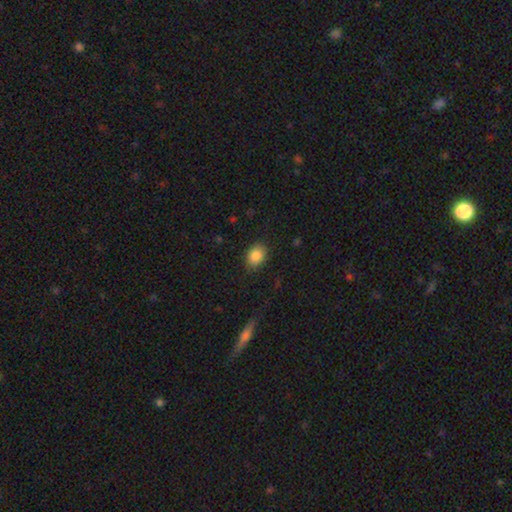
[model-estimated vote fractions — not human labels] smooth_or_featured: smooth (p=0.86) [alt: star or artifact p=0.08]
how_rounded: in between (p=0.68) [alt: round p=0.31]
merging: none (p=0.85) [alt: minor disturbance p=0.11]